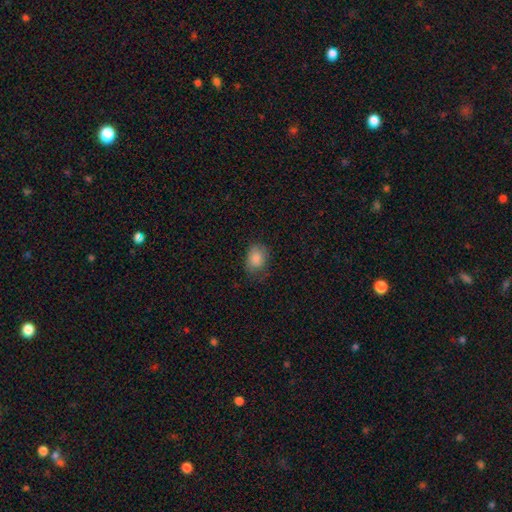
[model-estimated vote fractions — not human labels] Overall: smooth (82%). How rounded: in between (61%; round 38%). Merging: none (71%).